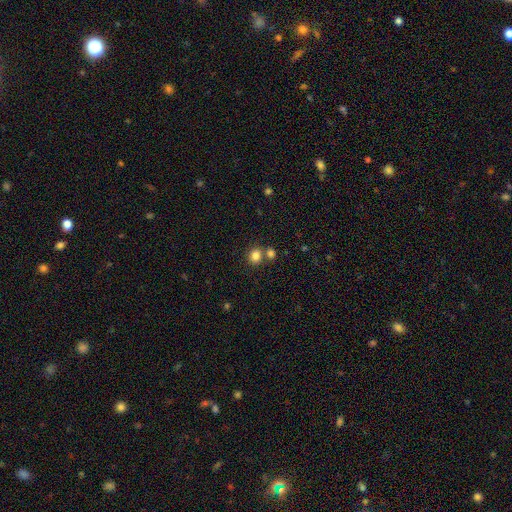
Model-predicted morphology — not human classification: A smooth galaxy with no disk features (83%) that is round (75%).

Vote fractions:
- Smooth or featured? smooth: 83% / star or artifact: 11% / featured or disk: 5%
- How rounded? round: 75% / in between: 24% / cigar-shaped: 1%
- Merging? none: 64% / merger: 24% / minor disturbance: 8% / major disturbance: 3%